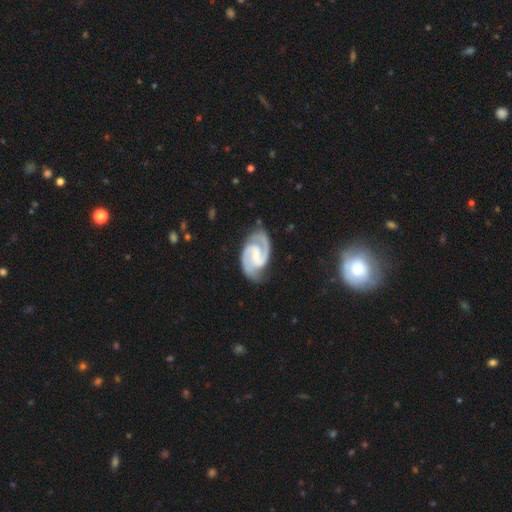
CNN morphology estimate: featured or disk 93%, smooth 4%, star or artifact 4%. Down the decision tree: edge-on disk — no (98%); bar — weak (50%); spiral arms — yes (98%); spiral arm count — 2 (94%); spiral winding — medium (55%); bulge size — small (55%); merging — none (79%).